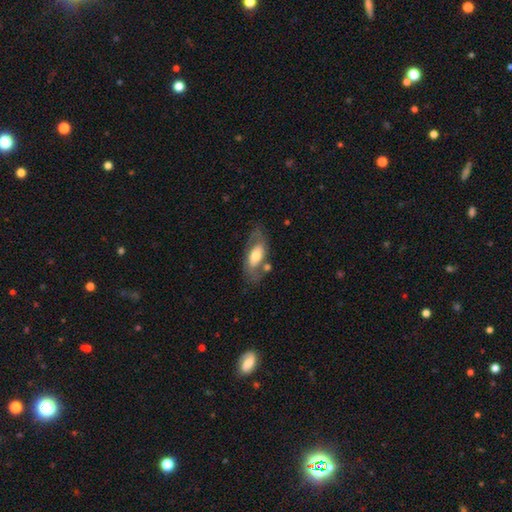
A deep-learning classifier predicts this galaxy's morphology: featured or disk 56%, smooth 38%, star or artifact 6%. Down the decision tree: edge-on disk — no (87%); merging — none (61%).